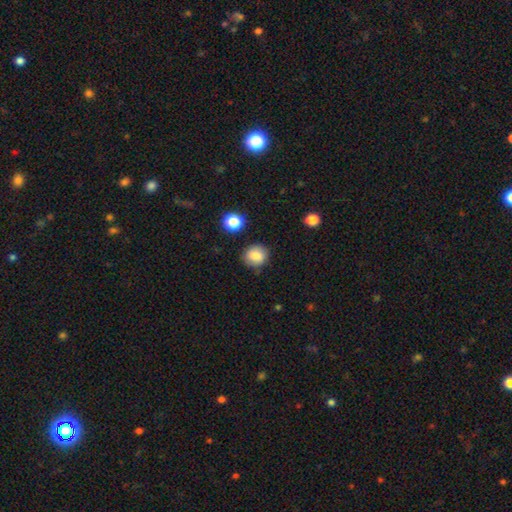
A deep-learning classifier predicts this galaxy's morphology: A smooth galaxy with no disk features (83%) that is round (78%). Merging: none (82%).